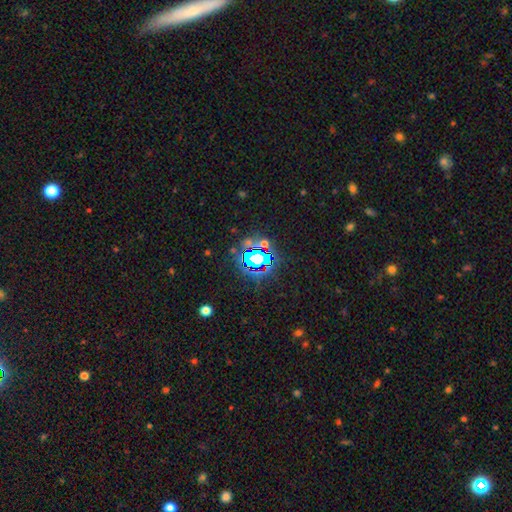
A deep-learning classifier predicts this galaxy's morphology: Smooth or featured: star or artifact — 70% (smooth — 18%)